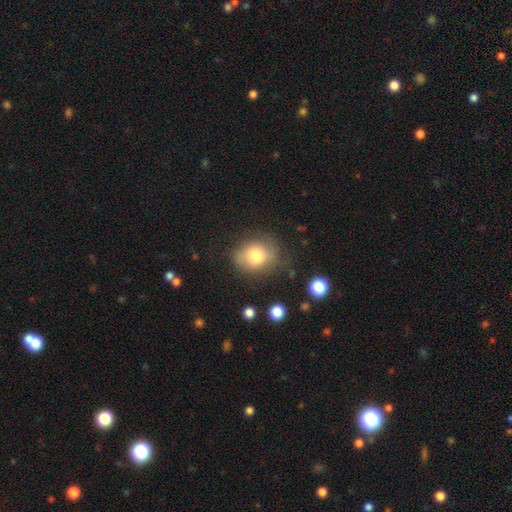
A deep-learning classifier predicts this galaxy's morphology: smooth 75%, featured or disk 15%, star or artifact 10%. Down the decision tree: how rounded — round (62%); merging — none (67%).